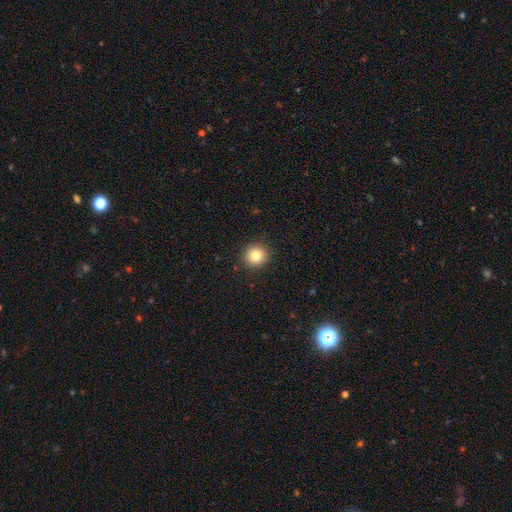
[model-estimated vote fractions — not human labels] The model was most divided on "smooth or featured": smooth: 81%, star or artifact: 11%, featured or disk: 8%. More confident: how rounded — round (93%); merging — none (92%).